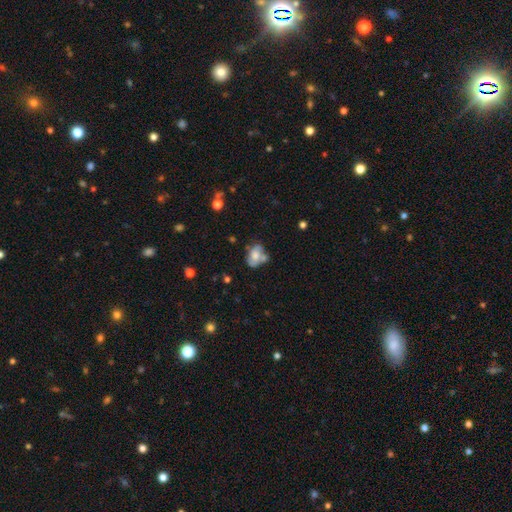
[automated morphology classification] Smooth or featured: smooth — 51% (featured or disk — 40%)
How rounded: in between — 76% (round — 23%)
Merging: none — 37% (merger — 26%)